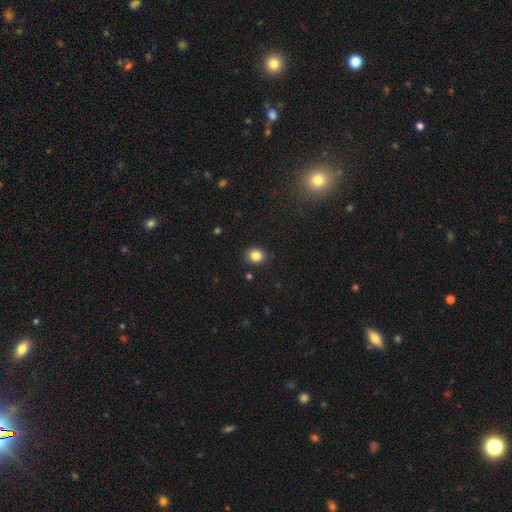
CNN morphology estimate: smooth_or_featured: smooth (p=0.84) [alt: star or artifact p=0.11]
how_rounded: round (p=0.59) [alt: in between p=0.40]
merging: none (p=0.88) [alt: minor disturbance p=0.09]